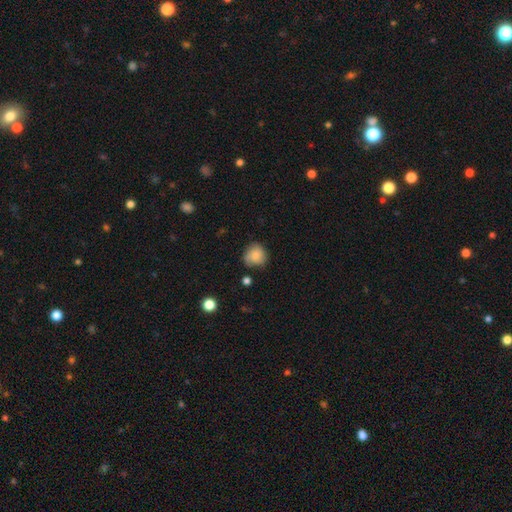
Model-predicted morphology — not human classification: Smooth or featured? smooth (77%)
How rounded? round (82%)
Merging? none (63%)